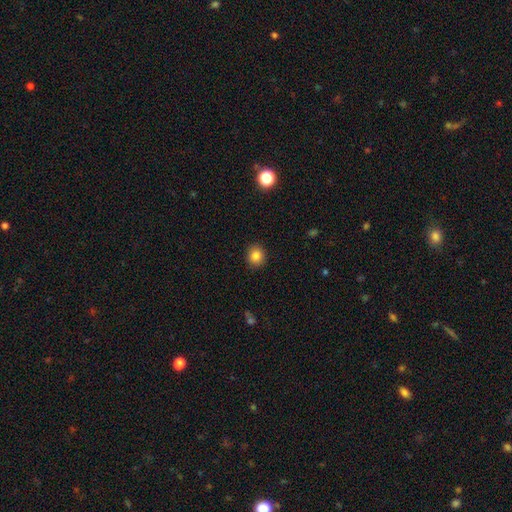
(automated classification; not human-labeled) This appears to be a smooth galaxy with no disk features (84%) that is round (83%). Merging: none (91%).